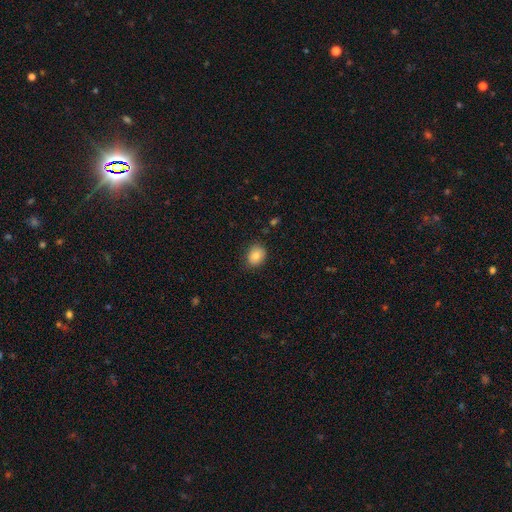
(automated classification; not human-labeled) Smooth or featured?
  - smooth: 85% *
  - star or artifact: 9%
  - featured or disk: 7%
How rounded?
  - in between: 51% *
  - round: 48%
  - cigar-shaped: 1%
Merging?
  - none: 84% *
  - minor disturbance: 12%
  - major disturbance: 3%
  - merger: 1%